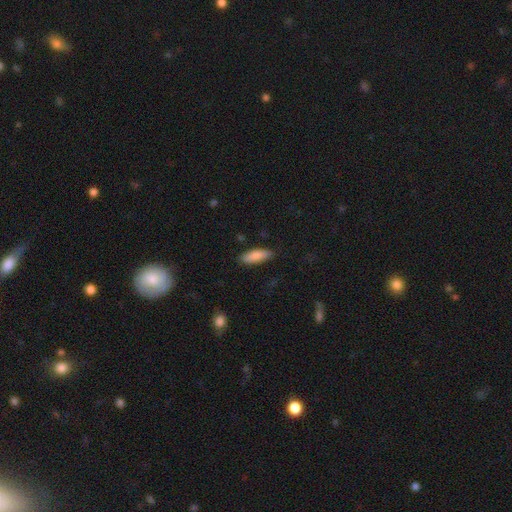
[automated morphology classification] type=smooth (86%); roundness=in between (58%); merging=none (84%).